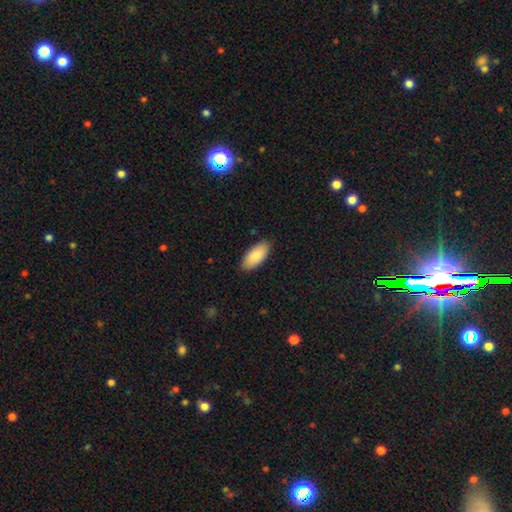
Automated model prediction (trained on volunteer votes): Smooth or featured? Predicted: smooth (p=0.88). How rounded? Predicted: in between (p=0.91). Merging? Predicted: none (p=0.86).